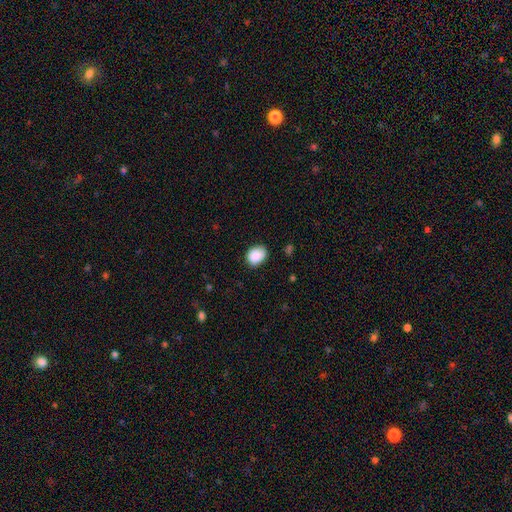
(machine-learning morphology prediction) Smooth or featured? Predicted: smooth (p=0.89). How rounded? Predicted: in between (p=0.52). Merging? Predicted: none (p=0.78).